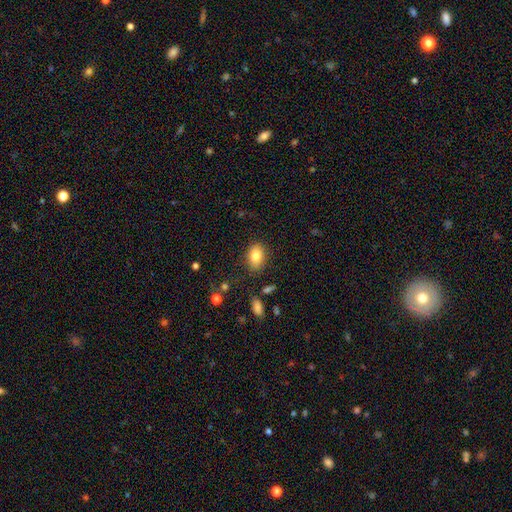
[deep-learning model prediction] This is clearly a smooth galaxy (83%). How rounded: clearly in between (83%). Merging: clearly none (83%).